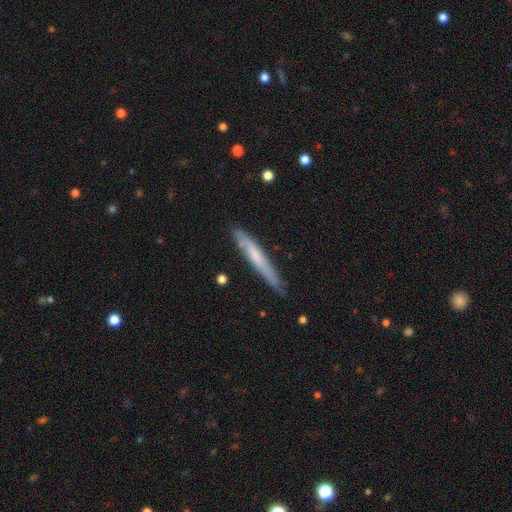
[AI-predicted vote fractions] smooth_or_featured: smooth (p=0.54) [alt: featured or disk p=0.40]
how_rounded: cigar-shaped (p=0.95) [alt: in between p=0.04]
merging: none (p=0.81) [alt: minor disturbance p=0.15]